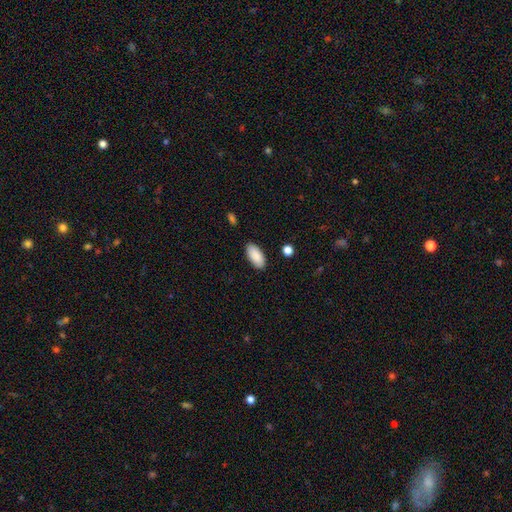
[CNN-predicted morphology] Smooth or featured: smooth — 90% (star or artifact — 6%)
How rounded: in between — 92% (cigar-shaped — 7%)
Merging: none — 88% (minor disturbance — 9%)